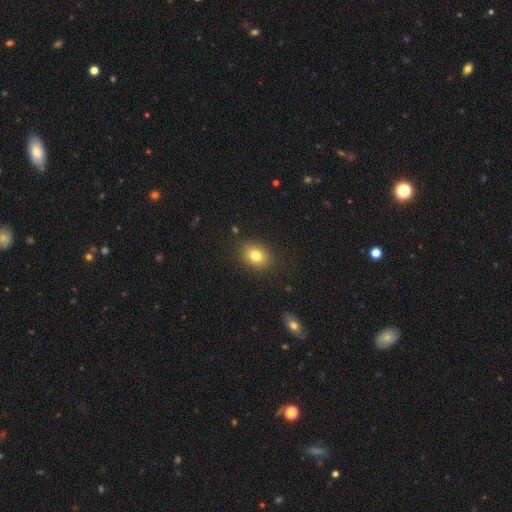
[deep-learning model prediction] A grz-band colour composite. It shows a smooth galaxy with no disk features (79%) that is in between round and cigar-shaped (59%). Merging: none (87%).